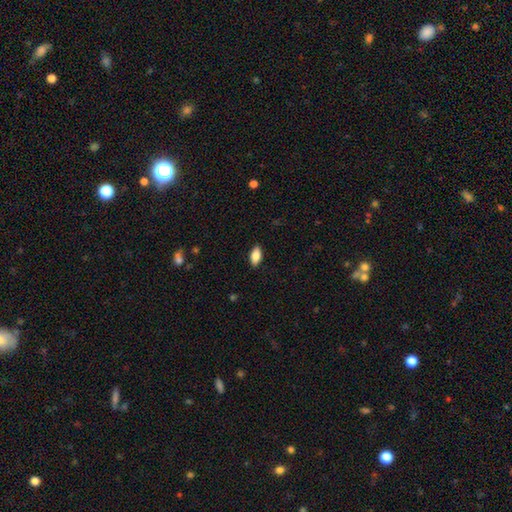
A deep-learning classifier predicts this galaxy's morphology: smooth_or_featured: smooth (p=0.84) [alt: featured or disk p=0.09]
how_rounded: in between (p=0.89) [alt: cigar-shaped p=0.08]
merging: none (p=0.88) [alt: minor disturbance p=0.09]